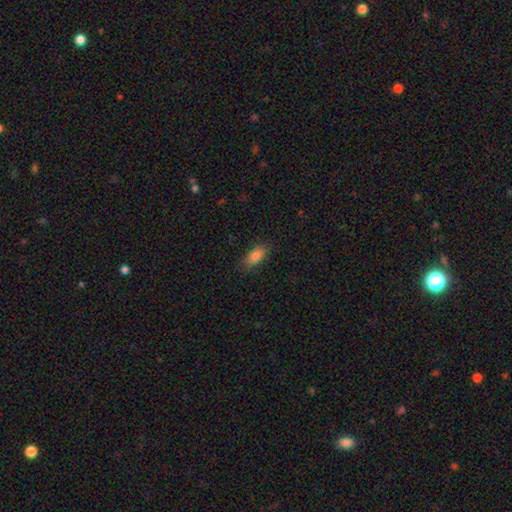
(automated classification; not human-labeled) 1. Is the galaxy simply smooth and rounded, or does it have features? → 85% smooth, 8% star or artifact, 7% featured or disk.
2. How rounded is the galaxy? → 87% in between, 9% cigar-shaped, 4% round.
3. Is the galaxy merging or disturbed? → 83% none, 13% minor disturbance, 3% major disturbance, 1% merger.